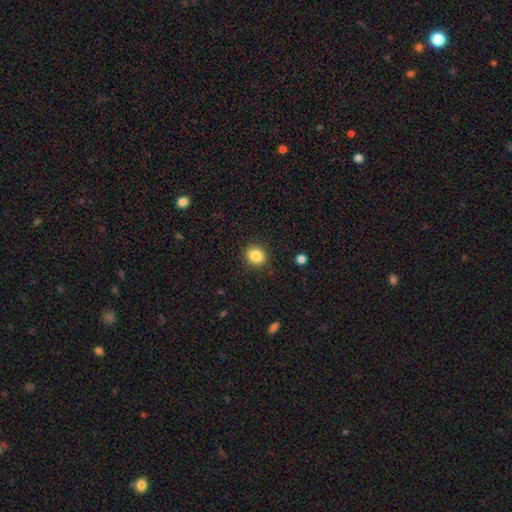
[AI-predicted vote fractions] The model was most divided on "how rounded": round: 69%, in between: 30%, cigar-shaped: 1%. More confident: merging — none (88%); smooth or featured — smooth (86%).